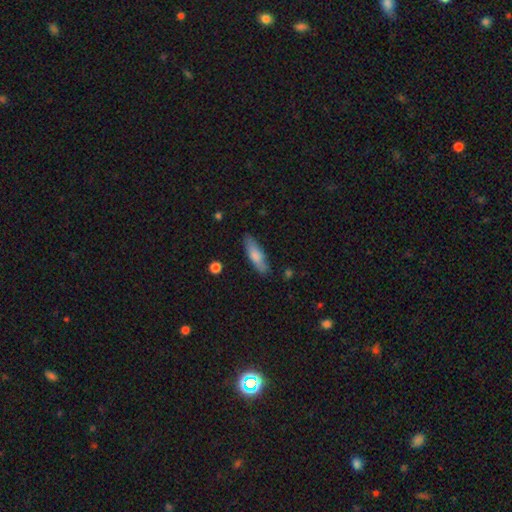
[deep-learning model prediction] Smooth or featured: smooth — 77% (featured or disk — 18%)
How rounded: cigar-shaped — 57% (in between — 41%)
Merging: none — 82% (minor disturbance — 14%)